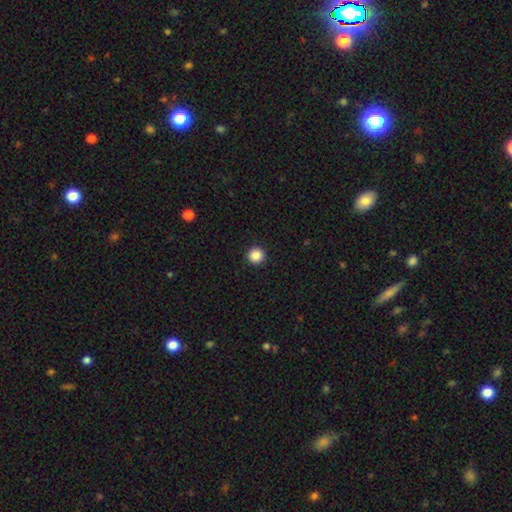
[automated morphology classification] smooth-or-featured: smooth: 87% | star or artifact: 10% | featured or disk: 3%
  how-rounded: round: 96% | in between: 3% | cigar-shaped: 1%
  merging: none: 94% | minor disturbance: 4% | major disturbance: 2% | merger: 1%